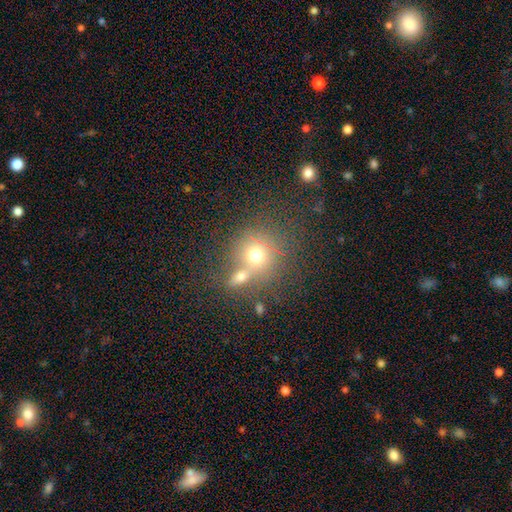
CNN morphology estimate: smooth 67%, featured or disk 19%, star or artifact 14%. Down the decision tree: how rounded — round (82%); merging — merger (49%).